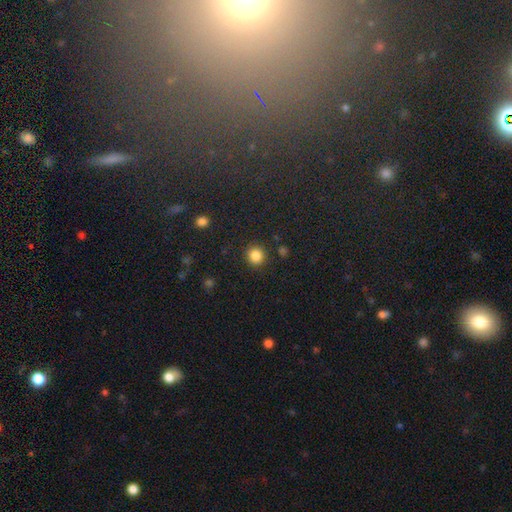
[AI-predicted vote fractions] Overall: smooth (85%). How rounded: round (90%). Merging: none (90%).